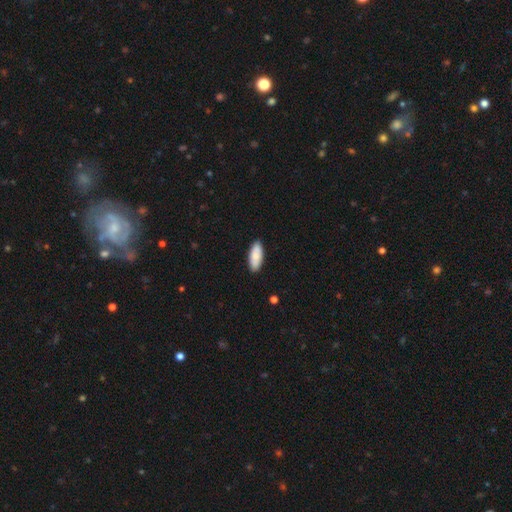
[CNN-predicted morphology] A smooth galaxy with no disk features (85%) that is in between round and cigar-shaped (82%).

Vote fractions:
- Smooth or featured? smooth: 85% / featured or disk: 10% / star or artifact: 5%
- How rounded? in between: 82% / cigar-shaped: 17% / round: 2%
- Merging? none: 89% / minor disturbance: 9% / major disturbance: 2% / merger: 1%